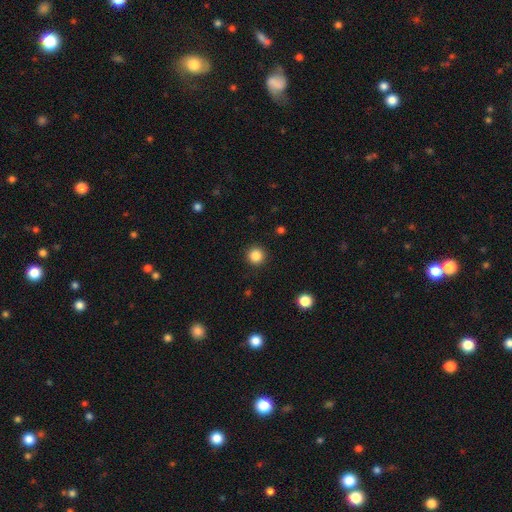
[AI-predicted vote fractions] smooth-or-featured: smooth: 85% | star or artifact: 11% | featured or disk: 4%
  how-rounded: round: 96% | in between: 3% | cigar-shaped: 1%
  merging: none: 92% | minor disturbance: 5% | major disturbance: 2% | merger: 1%